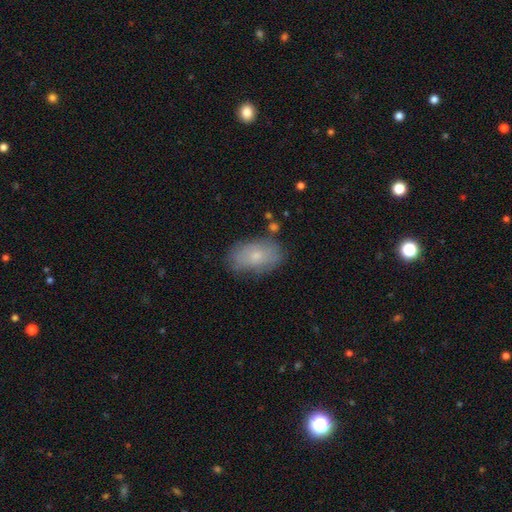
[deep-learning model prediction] The model was most divided on "smooth or featured": smooth: 64%, featured or disk: 28%, star or artifact: 8%. More confident: how rounded — in between (91%); merging — none (71%).